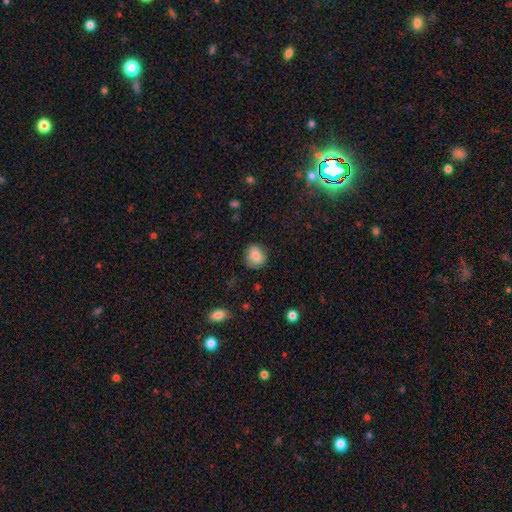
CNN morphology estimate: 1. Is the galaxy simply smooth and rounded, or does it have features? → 82% smooth, 9% featured or disk, 9% star or artifact.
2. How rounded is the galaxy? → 74% round, 25% in between, 1% cigar-shaped.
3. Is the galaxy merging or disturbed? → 81% none, 15% minor disturbance, 3% major disturbance, 1% merger.